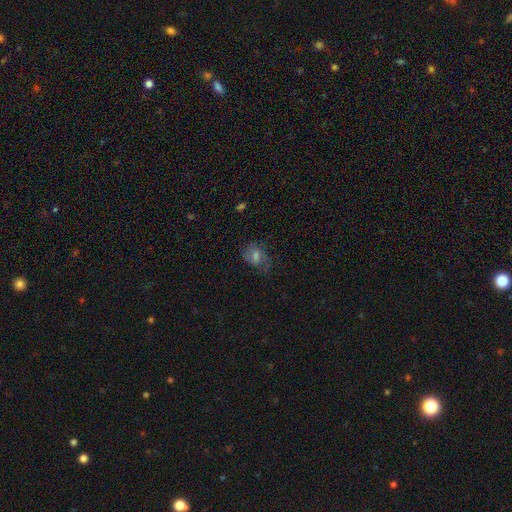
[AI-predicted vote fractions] This appears to be a featured or disk galaxy (46%). Merging: none (61%).